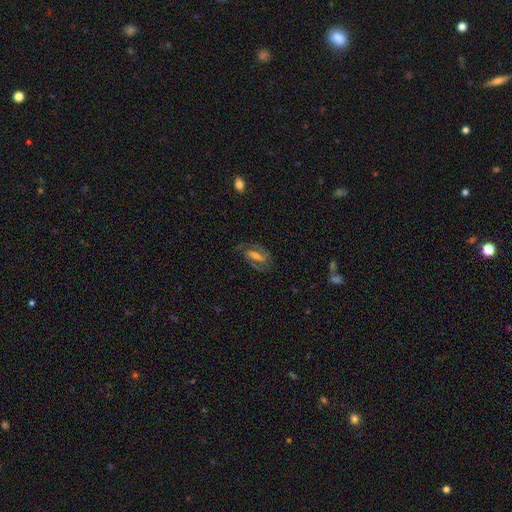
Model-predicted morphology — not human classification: Overall: featured or disk (77%). Edge-on disk: no (94%). Bar: strong (44%; weak 39%). Spiral arms: yes (92%). Spiral arm count: 2 (87%). Spiral winding: medium (52%; tight 30%). Bulge size: moderate (43%; small 39%). Merging: none (76%).